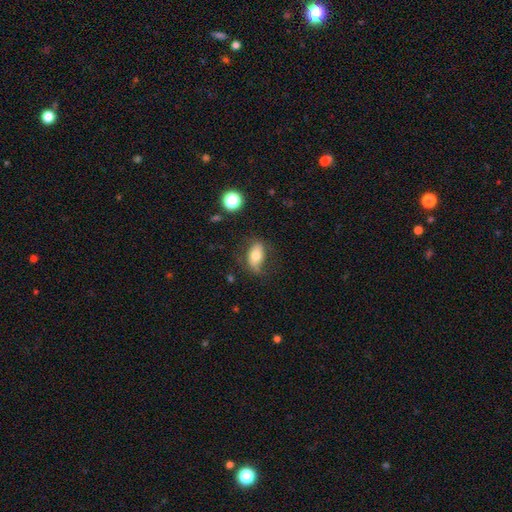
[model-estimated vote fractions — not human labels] The model was most divided on "merging": none: 63%, minor disturbance: 24%, major disturbance: 12%, merger: 2%. More confident: how rounded — in between (87%); smooth or featured — smooth (66%).